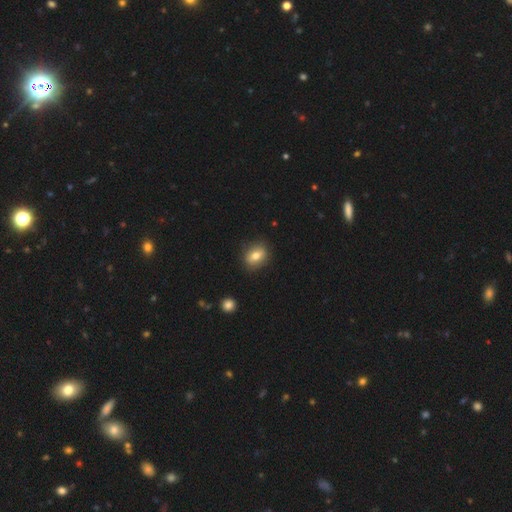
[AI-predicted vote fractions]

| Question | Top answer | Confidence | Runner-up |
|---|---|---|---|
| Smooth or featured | smooth | 73% | featured or disk (18%) |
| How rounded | in between | 62% | round (36%) |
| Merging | none | 84% | minor disturbance (12%) |